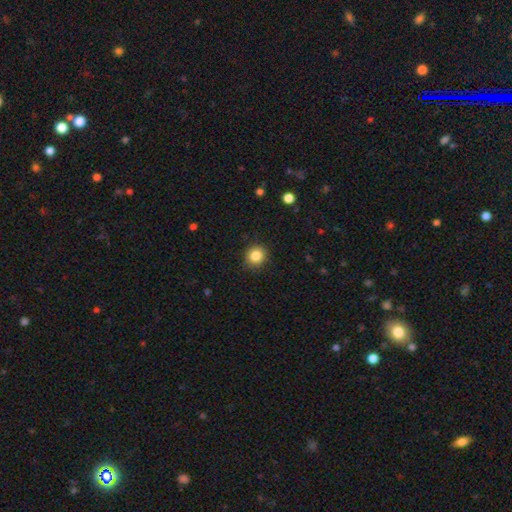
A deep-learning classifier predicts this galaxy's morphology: Smooth or featured? smooth (85%)
How rounded? round (85%)
Merging? none (90%)